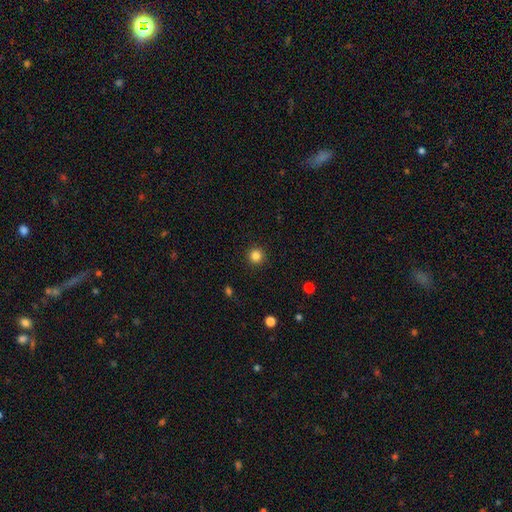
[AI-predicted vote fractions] This appears to be a smooth galaxy with no disk features (84%) that is round (95%). Merging: none (92%).